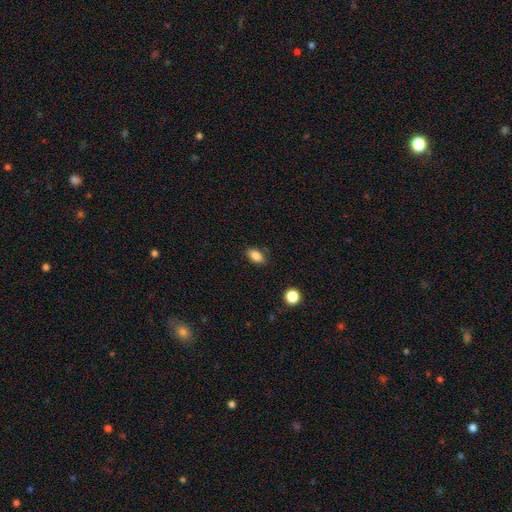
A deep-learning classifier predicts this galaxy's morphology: The model was most divided on "merging": none: 83%, minor disturbance: 13%, major disturbance: 3%, merger: 2%. More confident: how rounded — in between (89%); smooth or featured — smooth (85%).